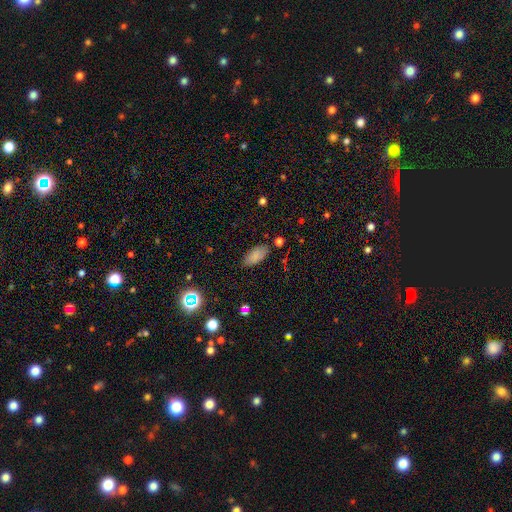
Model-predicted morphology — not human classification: smooth_or_featured: smooth (p=0.83) [alt: star or artifact p=0.10]
how_rounded: in between (p=0.89) [alt: cigar-shaped p=0.09]
merging: none (p=0.79) [alt: minor disturbance p=0.15]